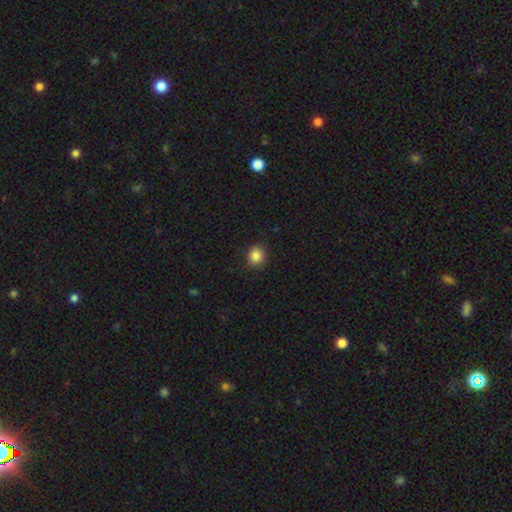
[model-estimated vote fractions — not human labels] Overall: smooth (85%). How rounded: round (79%). Merging: none (89%).